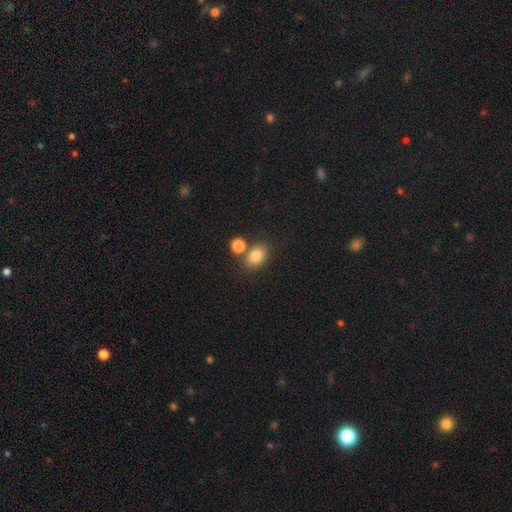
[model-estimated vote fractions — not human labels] Smooth or featured? Predicted: smooth (p=0.82). How rounded? Predicted: in between (p=0.65). Merging? Predicted: none (p=0.67).